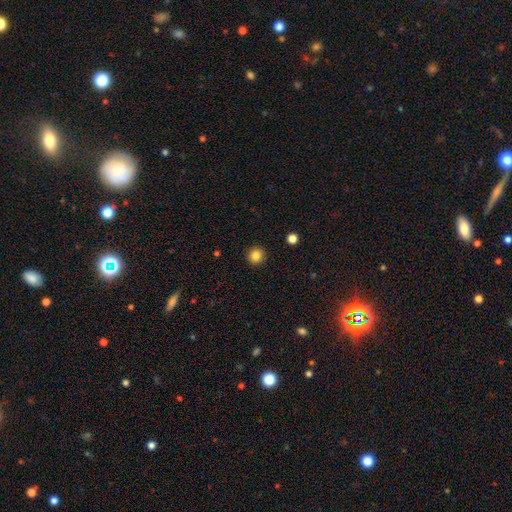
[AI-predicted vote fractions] smooth_or_featured: smooth (p=0.85) [alt: star or artifact p=0.11]
how_rounded: round (p=0.94) [alt: in between p=0.05]
merging: none (p=0.93) [alt: minor disturbance p=0.05]